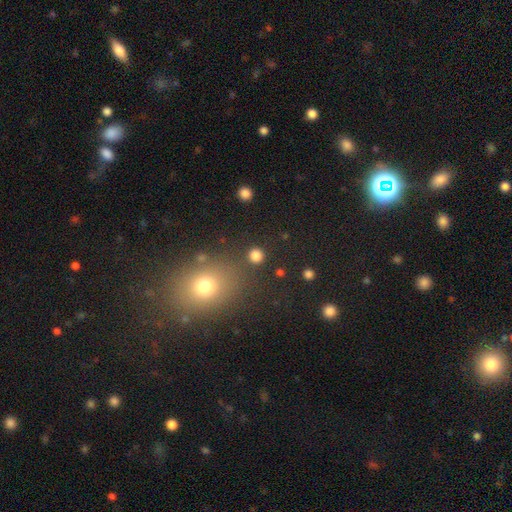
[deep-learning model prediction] The model was most divided on "smooth or featured": smooth: 82%, star or artifact: 15%, featured or disk: 4%. More confident: how rounded — round (89%); merging — none (87%).